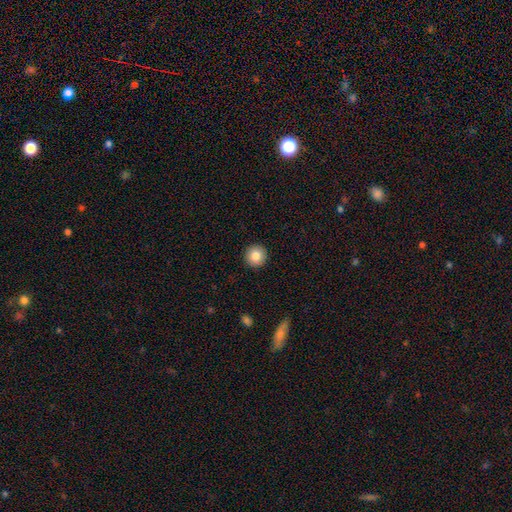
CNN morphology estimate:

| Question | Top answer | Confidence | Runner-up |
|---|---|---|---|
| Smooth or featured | smooth | 85% | star or artifact (9%) |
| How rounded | round | 95% | in between (4%) |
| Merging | none | 93% | minor disturbance (5%) |